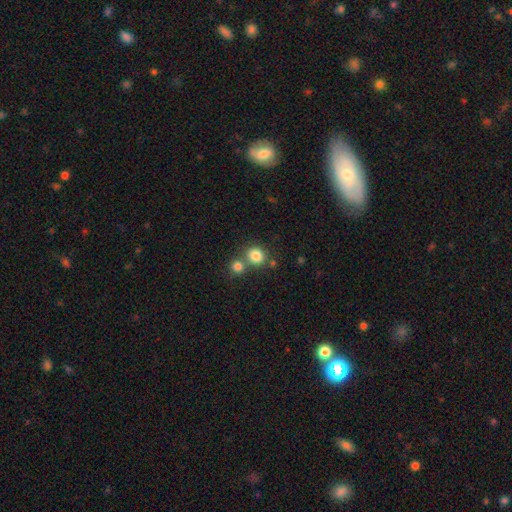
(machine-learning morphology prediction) A smooth galaxy with no disk features (82%) that is round (83%). Merging: none (58%).